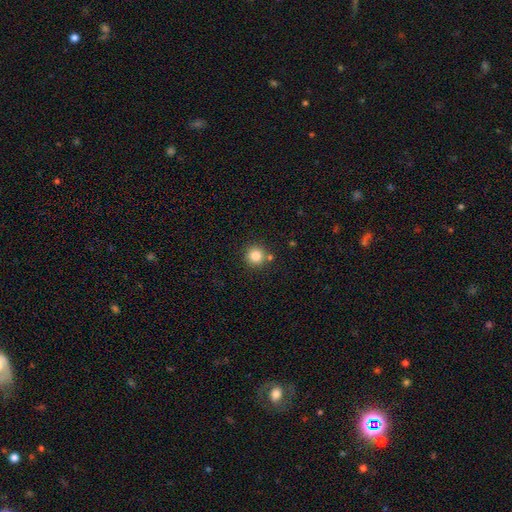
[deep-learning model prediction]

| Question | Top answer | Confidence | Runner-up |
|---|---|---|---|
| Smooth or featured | smooth | 83% | star or artifact (11%) |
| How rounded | round | 95% | in between (4%) |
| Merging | none | 81% | merger (9%) |